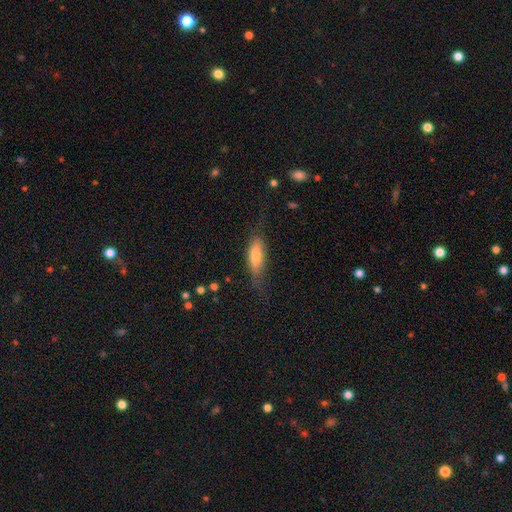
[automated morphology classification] smooth-or-featured: smooth: 69% | featured or disk: 25% | star or artifact: 7%
  how-rounded: in between: 55% | cigar-shaped: 42% | round: 3%
  merging: none: 62% | minor disturbance: 24% | major disturbance: 12% | merger: 2%